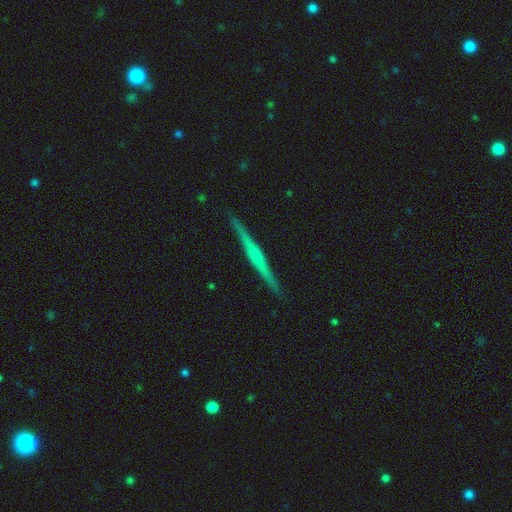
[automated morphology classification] A featured or disk galaxy (66%) viewed edge-on (98%) with no central bulge (54%).

Vote fractions:
- Smooth or featured? featured or disk: 66% / smooth: 28% / star or artifact: 6%
- Edge-on disk? yes: 98% / no: 2%
- Edge-on bulge? none: 54% / rounded: 29% / boxy: 18%
- Merging? none: 91% / minor disturbance: 6% / major disturbance: 1% / merger: 1%